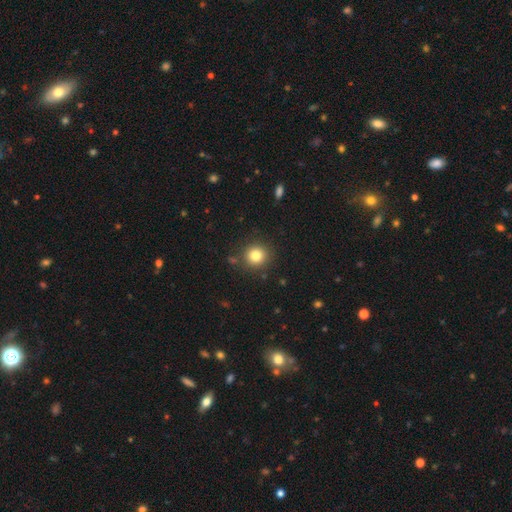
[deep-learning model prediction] smooth-or-featured: smooth: 81% | star or artifact: 12% | featured or disk: 7%
  how-rounded: round: 92% | in between: 7% | cigar-shaped: 1%
  merging: none: 87% | minor disturbance: 7% | merger: 3% | major disturbance: 3%